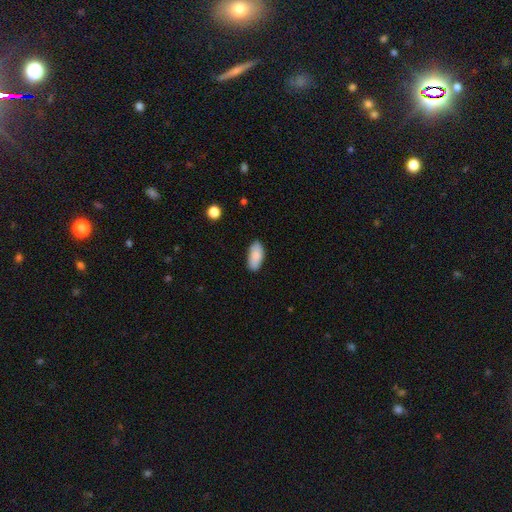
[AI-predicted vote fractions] Overall: smooth (88%). How rounded: in between (91%). Merging: none (85%).